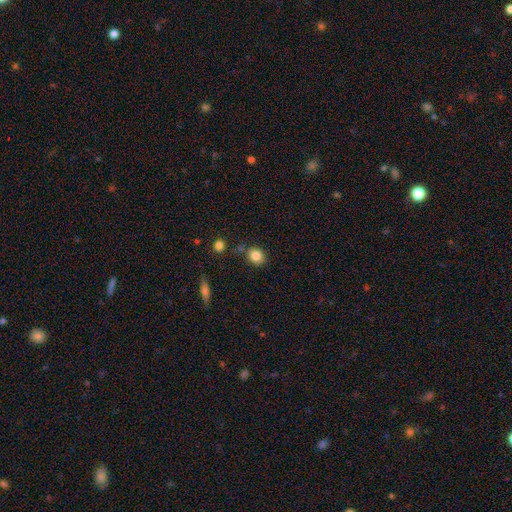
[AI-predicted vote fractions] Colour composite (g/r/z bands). It shows a smooth galaxy with no disk features (84%) that is round (57%). Merging: none (75%).